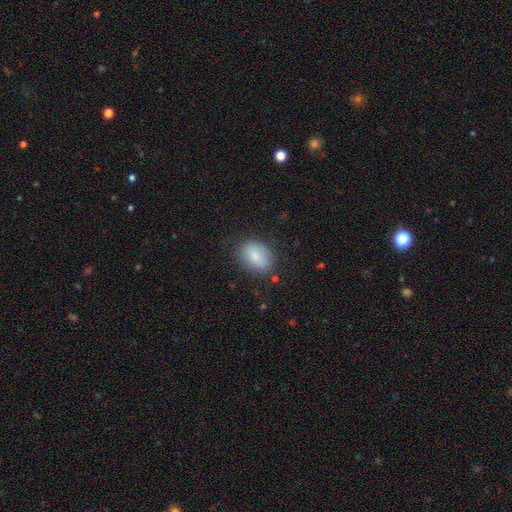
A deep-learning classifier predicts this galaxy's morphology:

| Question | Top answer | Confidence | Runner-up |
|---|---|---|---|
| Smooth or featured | smooth | 83% | featured or disk (10%) |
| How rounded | in between | 78% | round (21%) |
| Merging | none | 78% | minor disturbance (16%) |